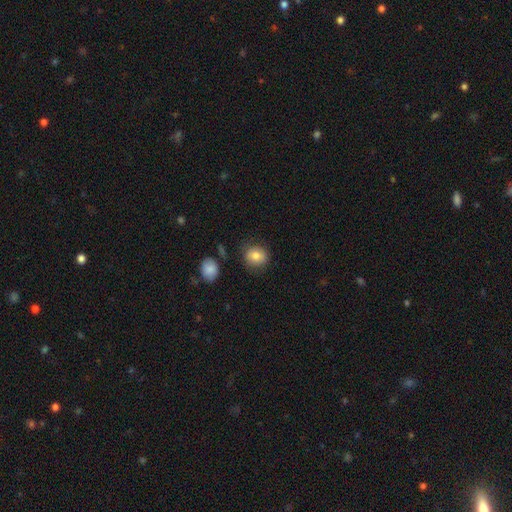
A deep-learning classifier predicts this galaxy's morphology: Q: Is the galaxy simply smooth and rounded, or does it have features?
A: smooth — 81%.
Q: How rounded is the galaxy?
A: round — 78%.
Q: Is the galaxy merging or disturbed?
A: none — 80%.